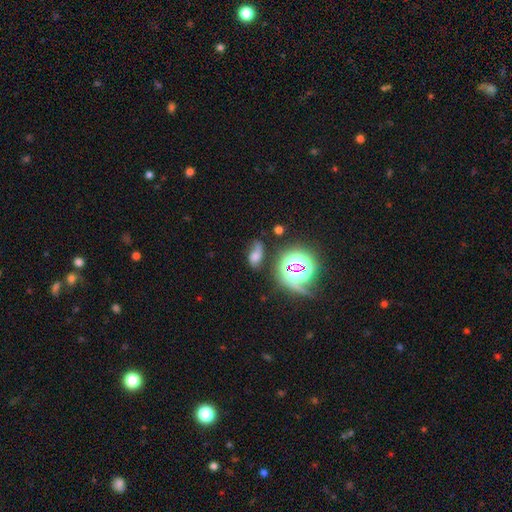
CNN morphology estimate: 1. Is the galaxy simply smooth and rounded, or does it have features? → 46% smooth, 29% star or artifact, 26% featured or disk.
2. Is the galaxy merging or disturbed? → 50% none, 26% minor disturbance, 17% major disturbance, 7% merger.